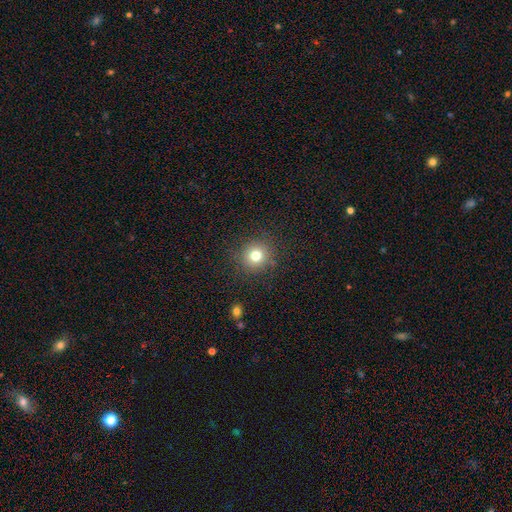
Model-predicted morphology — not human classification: Overall: smooth (77%). How rounded: round (92%). Merging: none (89%).